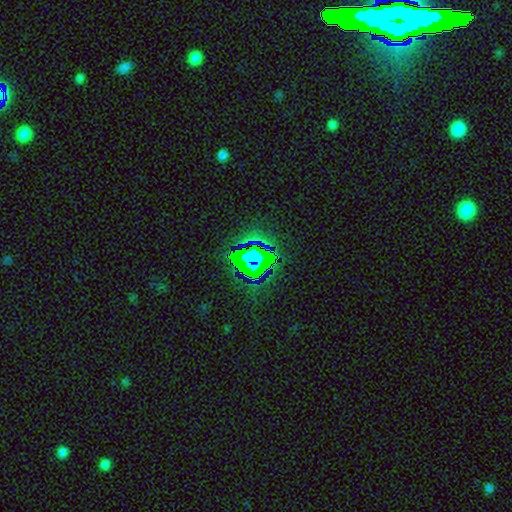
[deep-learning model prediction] A star or artifact, not a galaxy (81%).

Vote fractions:
- Smooth or featured? star or artifact: 81% / smooth: 11% / featured or disk: 8%